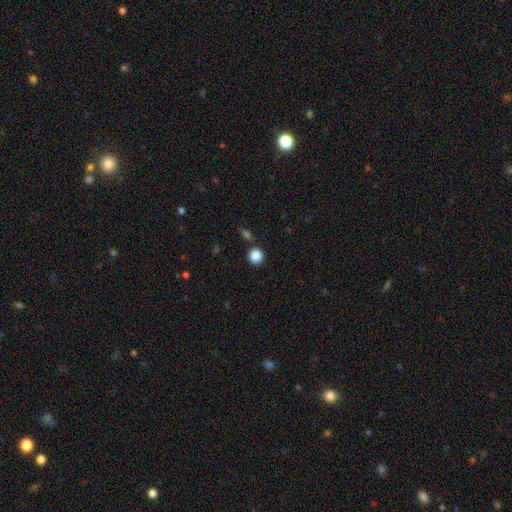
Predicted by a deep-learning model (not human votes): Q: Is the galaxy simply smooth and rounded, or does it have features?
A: smooth — 87%.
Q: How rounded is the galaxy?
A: round — 92%.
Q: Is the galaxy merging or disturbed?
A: none — 85%.